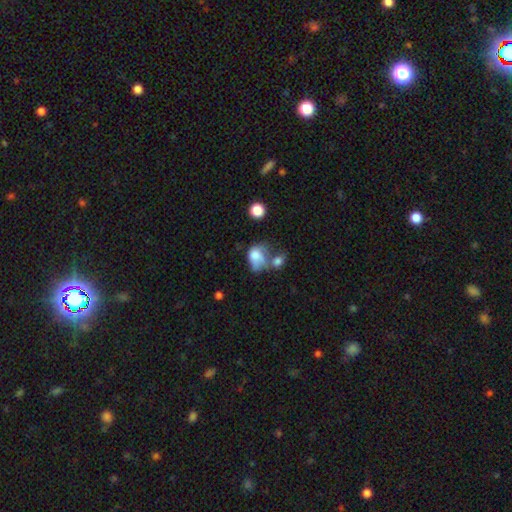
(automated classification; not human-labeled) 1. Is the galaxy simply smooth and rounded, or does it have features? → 69% smooth, 21% featured or disk, 10% star or artifact.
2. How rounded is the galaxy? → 67% in between, 32% round, 1% cigar-shaped.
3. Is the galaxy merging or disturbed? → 40% merger, 26% major disturbance, 18% minor disturbance, 17% none.